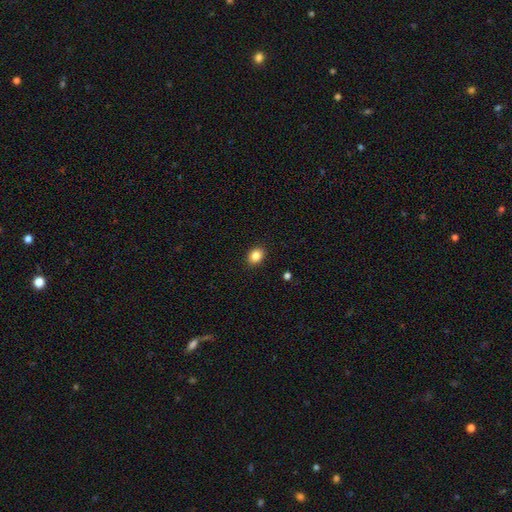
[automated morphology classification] This is clearly a smooth galaxy (86%). How rounded: possibly in between (57%). Merging: clearly none (90%).